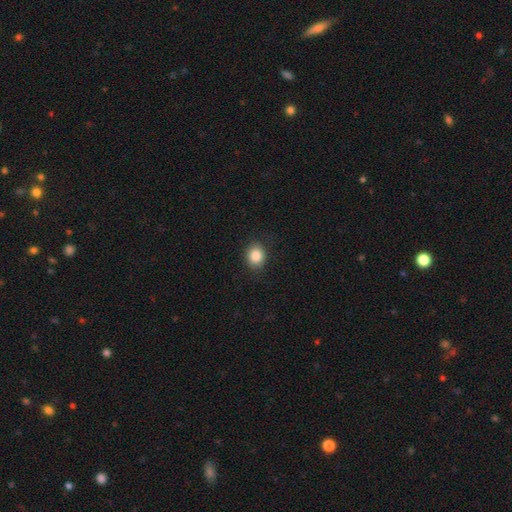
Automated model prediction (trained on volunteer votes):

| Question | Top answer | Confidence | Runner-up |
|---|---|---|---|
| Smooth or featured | smooth | 87% | star or artifact (9%) |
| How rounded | round | 66% | in between (33%) |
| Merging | none | 86% | minor disturbance (10%) |